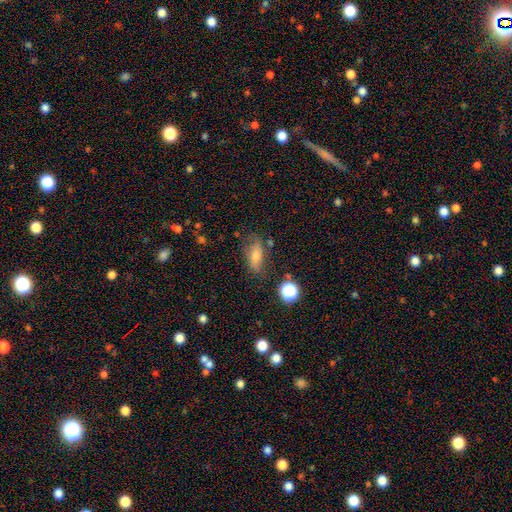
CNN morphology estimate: smooth 59%, featured or disk 26%, star or artifact 15%. Down the decision tree: how rounded — in between (76%); merging — none (69%).